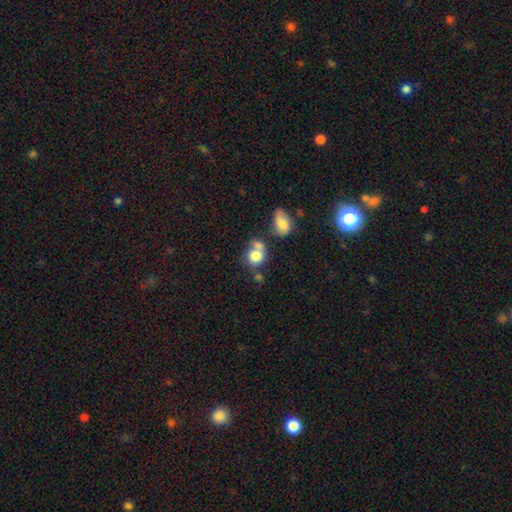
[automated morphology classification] smooth 78%, featured or disk 12%, star or artifact 9%. Down the decision tree: how rounded — round (65%); merging — merger (44%).